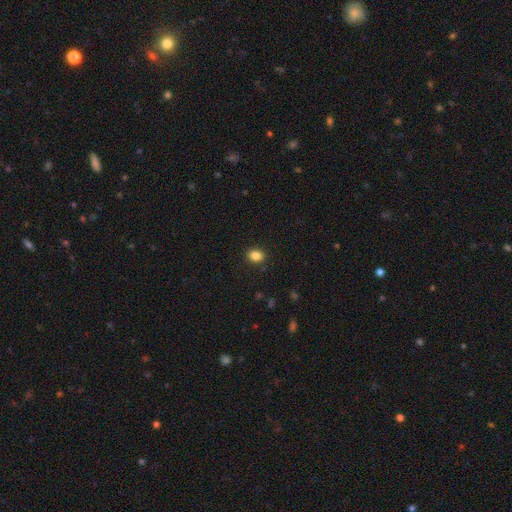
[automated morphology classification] A smooth galaxy with no disk features (85%) that is round (52%). Merging: none (90%).